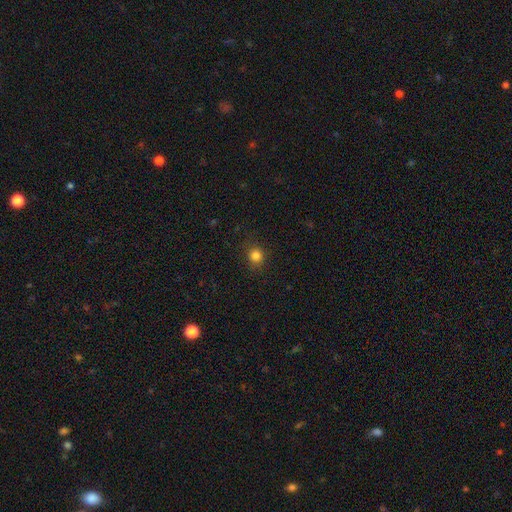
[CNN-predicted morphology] Smooth or featured: smooth — 83% (star or artifact — 13%)
How rounded: round — 88% (in between — 11%)
Merging: none — 88% (minor disturbance — 8%)